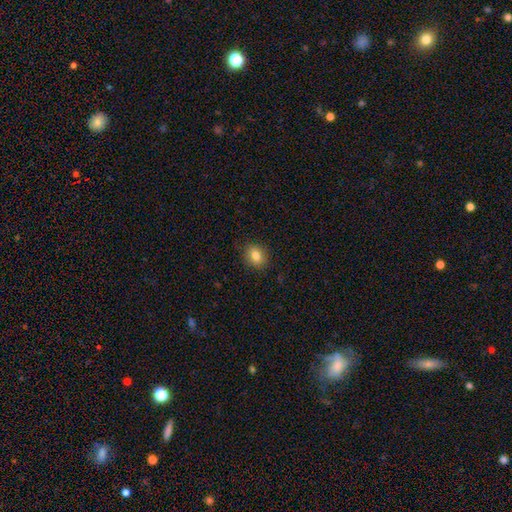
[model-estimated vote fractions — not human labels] This appears to be a smooth galaxy with no disk features (82%) that is round (53%). Merging: none (88%).